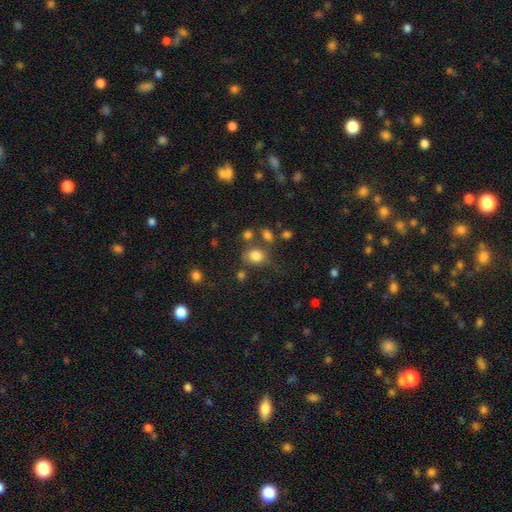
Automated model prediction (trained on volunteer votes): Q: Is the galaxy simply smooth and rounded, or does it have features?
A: smooth — 80%.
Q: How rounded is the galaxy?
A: in between — 53%.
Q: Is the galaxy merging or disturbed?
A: none — 59%.